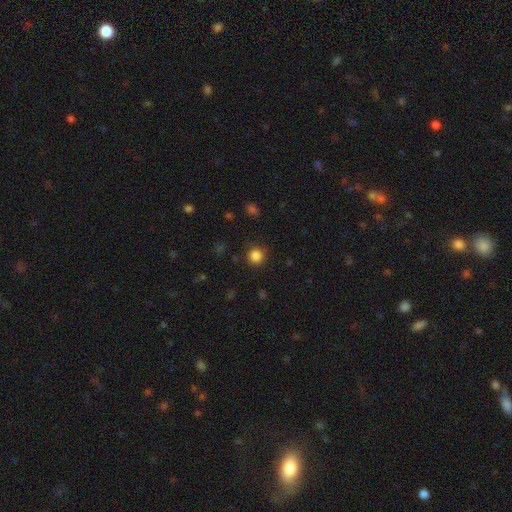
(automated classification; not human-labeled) Smooth or featured: smooth — 84% (star or artifact — 12%)
How rounded: round — 94% (in between — 5%)
Merging: none — 89% (minor disturbance — 7%)